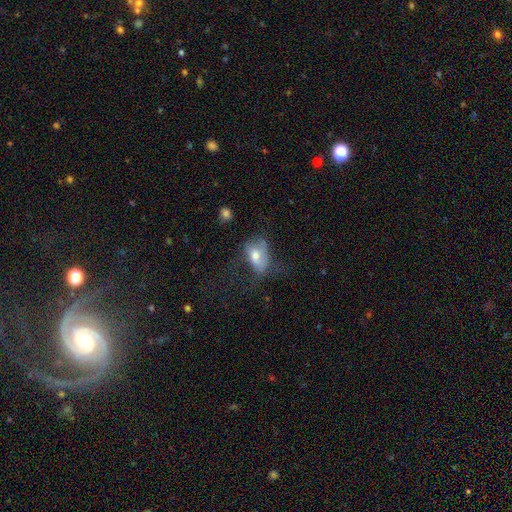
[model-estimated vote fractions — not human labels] This appears to be a smooth galaxy with no disk features (62%) that is in between round and cigar-shaped (84%). Merging: major disturbance (36%).